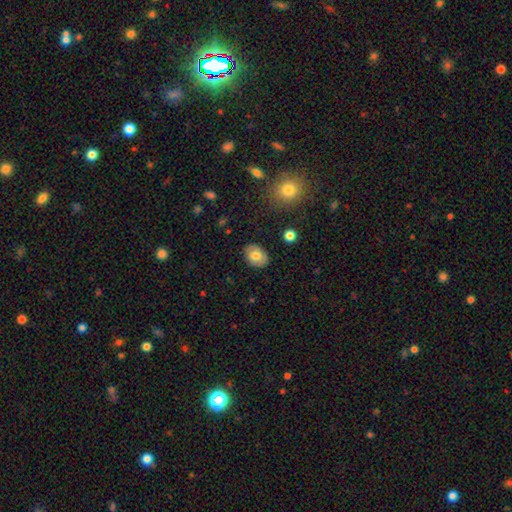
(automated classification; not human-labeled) smooth-or-featured: smooth: 68% | featured or disk: 25% | star or artifact: 7%
  how-rounded: in between: 71% | round: 28% | cigar-shaped: 1%
  merging: none: 85% | minor disturbance: 11% | major disturbance: 3% | merger: 1%